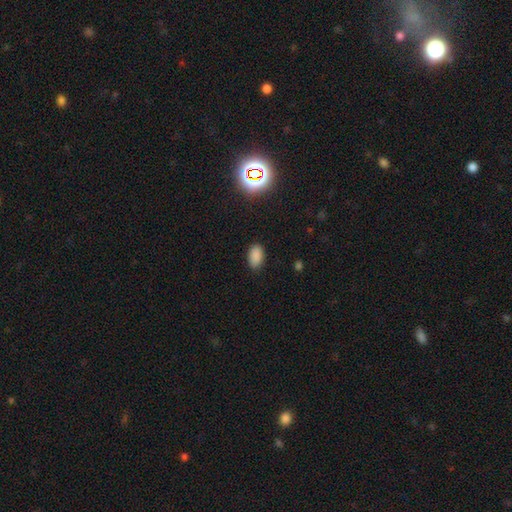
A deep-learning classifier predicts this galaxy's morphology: Smooth or featured? smooth (85%)
How rounded? in between (92%)
Merging? none (85%)